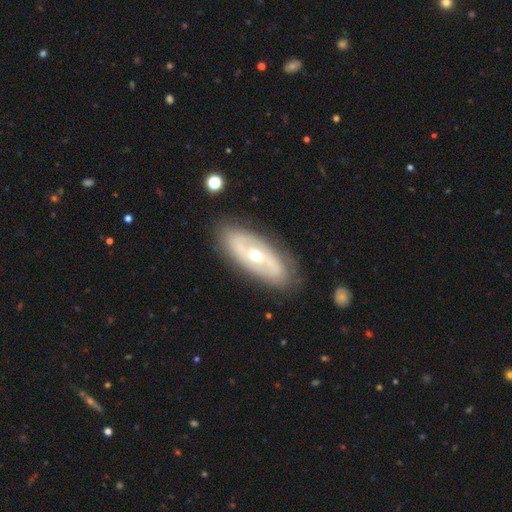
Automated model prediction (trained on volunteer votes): This appears to be a featured or disk galaxy (71%) with no bar (67%), spiral arms (62%) and a moderate central bulge (59%). Merging: none (82%).